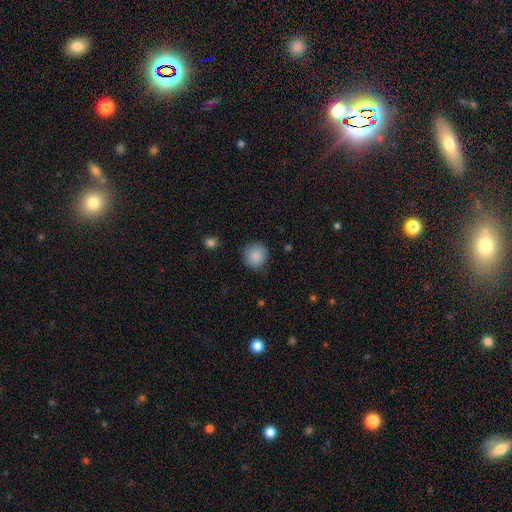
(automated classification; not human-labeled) A smooth galaxy with no disk features (88%) that is round (93%).

Vote fractions:
- Smooth or featured? smooth: 88% / star or artifact: 8% / featured or disk: 4%
- How rounded? round: 93% / in between: 7% / cigar-shaped: 1%
- Merging? none: 87% / minor disturbance: 10% / major disturbance: 2% / merger: 1%